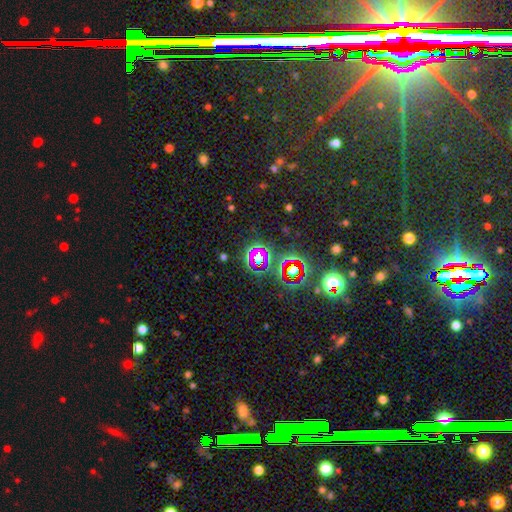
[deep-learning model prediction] smooth_or_featured: star or artifact (p=0.73) [alt: smooth p=0.17]